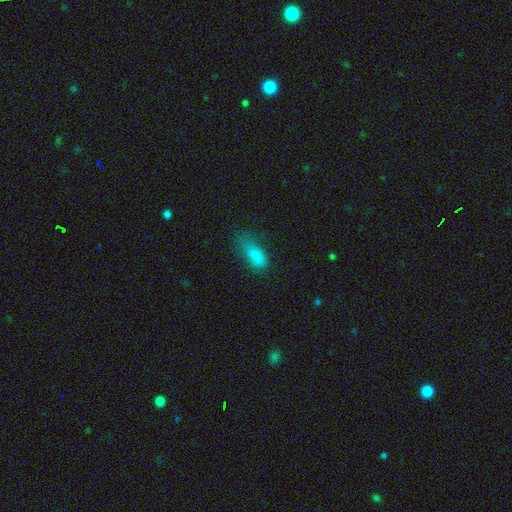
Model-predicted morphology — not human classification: smooth_or_featured: smooth (p=0.80) [alt: star or artifact p=0.11]
how_rounded: in between (p=0.74) [alt: cigar-shaped p=0.23]
merging: none (p=0.36) [alt: minor disturbance p=0.35]